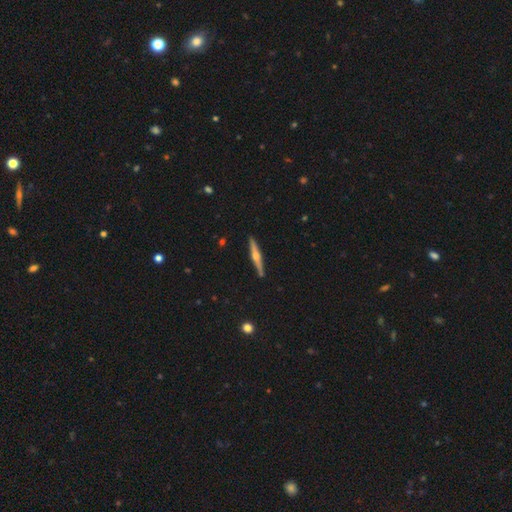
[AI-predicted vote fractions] Morphology: type=featured or disk (74%); edge-on=yes (98%); edge-on bulge=rounded (91%); merging=none (90%).